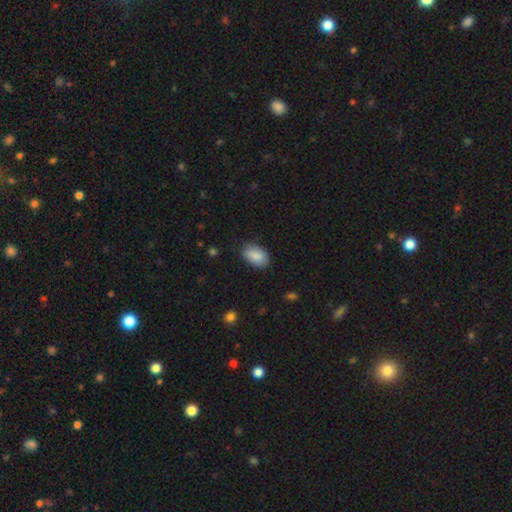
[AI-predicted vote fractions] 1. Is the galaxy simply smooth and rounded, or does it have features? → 83% smooth, 11% featured or disk, 6% star or artifact.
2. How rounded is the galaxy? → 91% in between, 7% round, 1% cigar-shaped.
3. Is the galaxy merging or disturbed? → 75% none, 20% minor disturbance, 4% major disturbance, 1% merger.